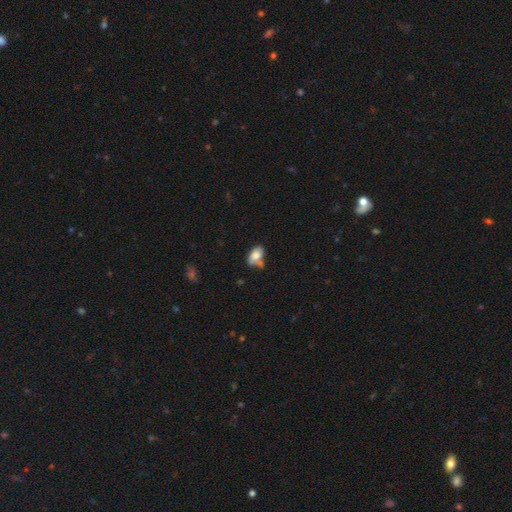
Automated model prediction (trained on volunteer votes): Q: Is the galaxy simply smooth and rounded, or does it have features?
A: smooth — 77%.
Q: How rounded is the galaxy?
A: in between — 89%.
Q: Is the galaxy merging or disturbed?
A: none — 39%.